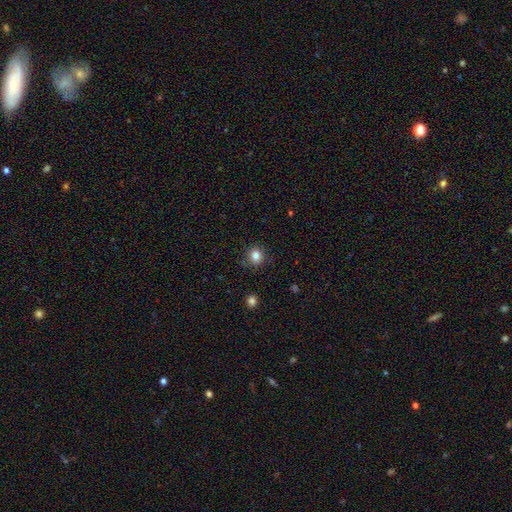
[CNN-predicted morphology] Q: Smooth or featured?
A: smooth (83%); runner-up: star or artifact (12%)
Q: How rounded?
A: round (86%); runner-up: in between (13%)
Q: Merging?
A: none (86%); runner-up: minor disturbance (10%)